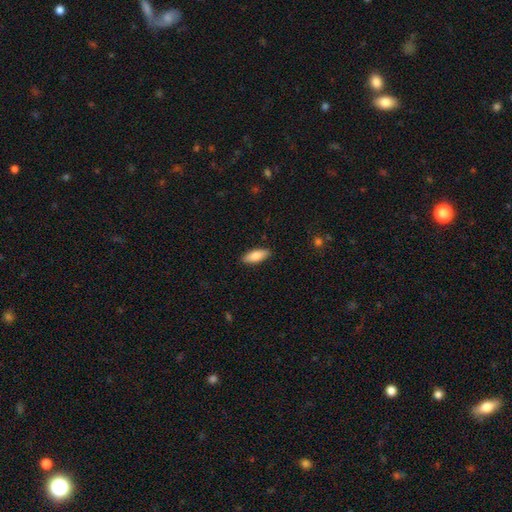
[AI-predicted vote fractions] Overall: smooth (82%). How rounded: in between (76%). Merging: none (89%).